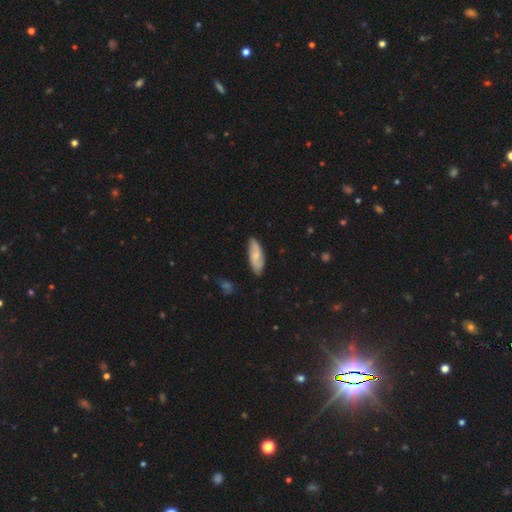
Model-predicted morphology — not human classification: Overall: smooth (60%; featured or disk 34%). How rounded: in between (69%). Merging: none (81%).